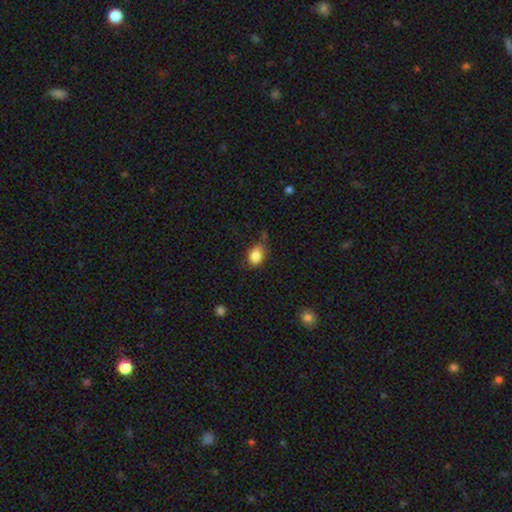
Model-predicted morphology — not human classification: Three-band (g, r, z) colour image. It shows a smooth galaxy with no disk features (85%) that is in between round and cigar-shaped (72%). Merging: none (55%).